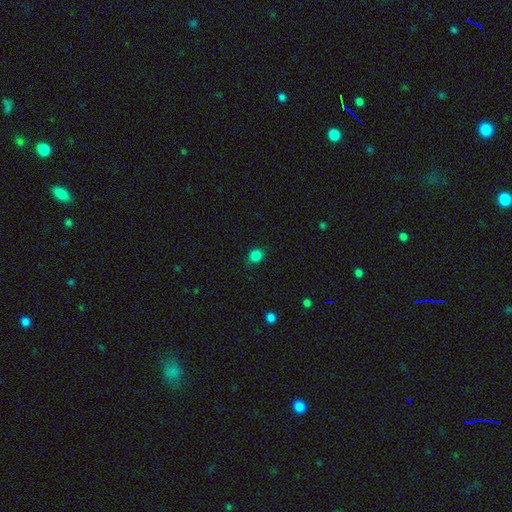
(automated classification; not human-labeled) A smooth galaxy with no disk features (84%) that is round (84%). Merging: none (88%).